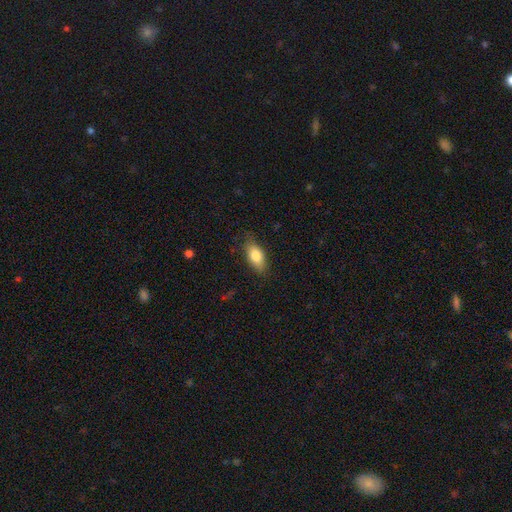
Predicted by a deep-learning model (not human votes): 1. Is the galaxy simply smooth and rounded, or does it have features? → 80% smooth, 13% featured or disk, 7% star or artifact.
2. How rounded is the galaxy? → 87% in between, 9% cigar-shaped, 4% round.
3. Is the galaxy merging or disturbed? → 80% none, 15% minor disturbance, 3% major disturbance, 1% merger.